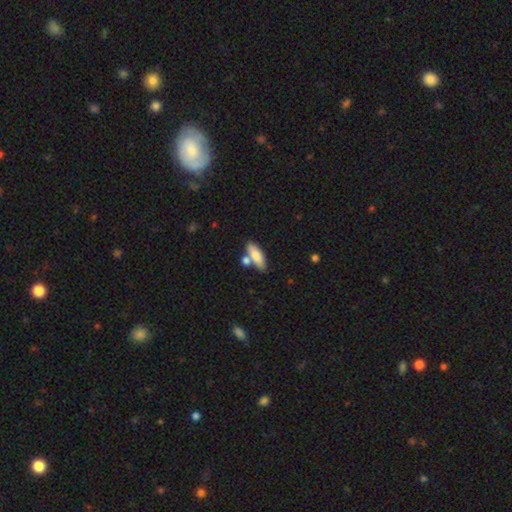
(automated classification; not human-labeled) The model was most divided on "how rounded": in between: 61%, cigar-shaped: 36%, round: 3%. More confident: smooth or featured — smooth (80%); merging — none (62%).